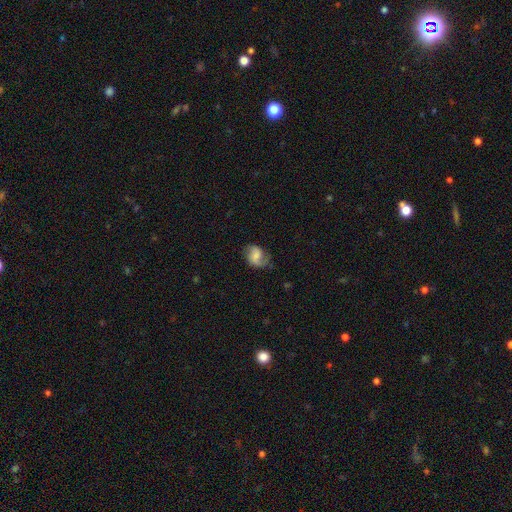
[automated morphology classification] This appears to be a featured or disk galaxy (53%) with no bar (46%), spiral arms (90%) and a small central bulge (33%). Merging: none (58%).